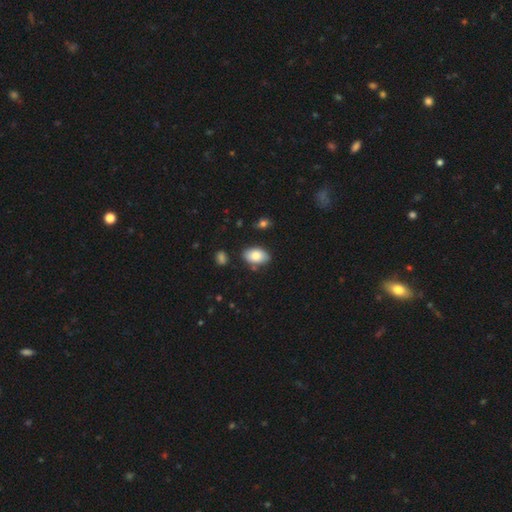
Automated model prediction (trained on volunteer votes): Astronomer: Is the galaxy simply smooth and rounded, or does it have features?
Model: smooth — 82%.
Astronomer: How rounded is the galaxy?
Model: in between — 92%.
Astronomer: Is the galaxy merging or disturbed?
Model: none — 80%.